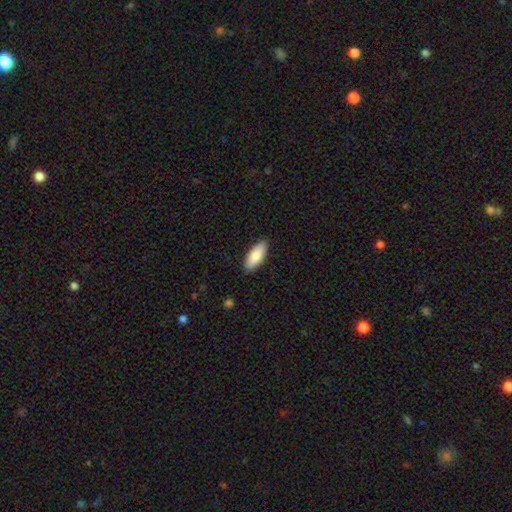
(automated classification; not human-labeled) Smooth or featured? smooth (83%)
How rounded? in between (76%)
Merging? none (89%)